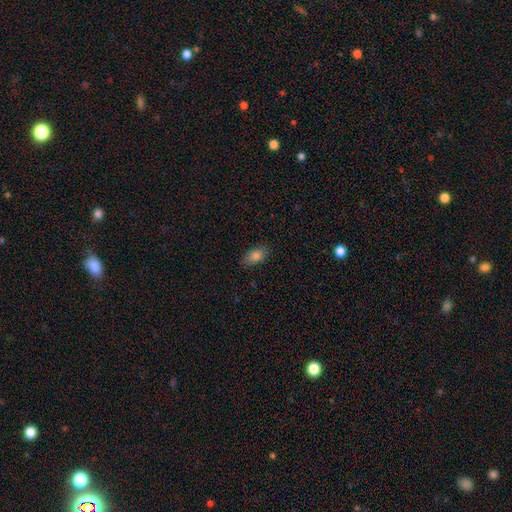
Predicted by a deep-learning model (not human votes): Smooth or featured? Predicted: smooth (p=0.81). How rounded? Predicted: in between (p=0.91). Merging? Predicted: none (p=0.86).